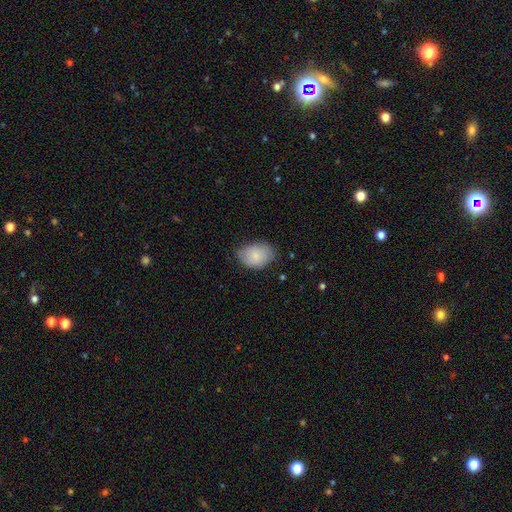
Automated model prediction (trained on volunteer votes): smooth-or-featured: smooth: 80% | featured or disk: 14% | star or artifact: 6%
  how-rounded: in between: 79% | round: 20% | cigar-shaped: 1%
  merging: none: 68% | minor disturbance: 26% | major disturbance: 5% | merger: 1%